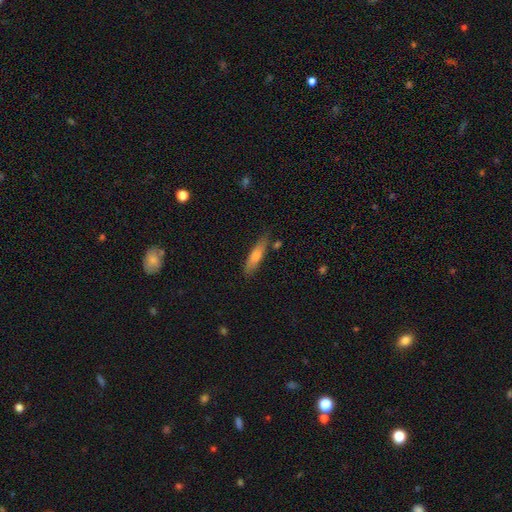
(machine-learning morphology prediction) Smooth or featured? smooth (73%)
How rounded? cigar-shaped (74%)
Merging? none (75%)